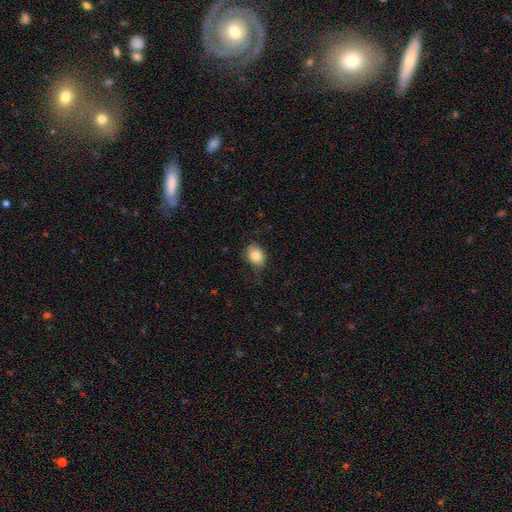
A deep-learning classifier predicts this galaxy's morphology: This is clearly a smooth galaxy (82%). How rounded: likely in between (64%). Merging: likely none (73%).